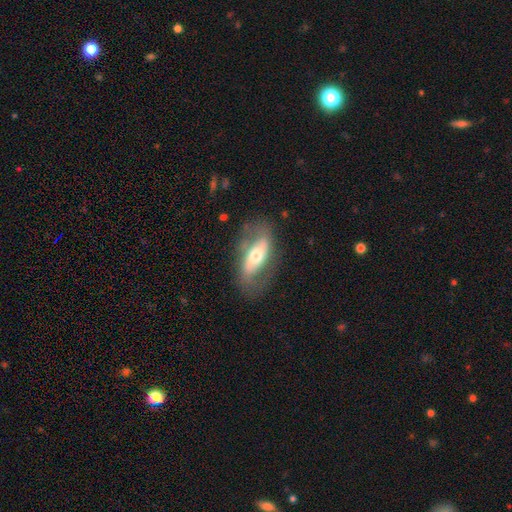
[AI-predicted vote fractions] Smooth or featured: featured or disk — 61% (smooth — 33%)
Edge-on disk: no — 86% (yes — 14%)
Bar: no — 44% (strong — 31%)
Spiral arms: yes — 67% (no — 33%)
Bulge size: moderate — 65% (small — 20%)
Merging: none — 65% (minor disturbance — 20%)